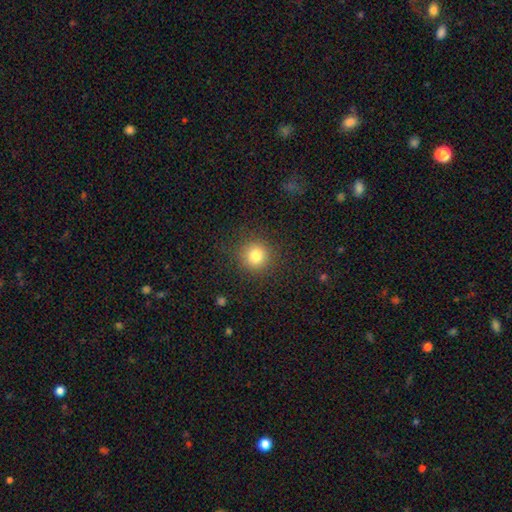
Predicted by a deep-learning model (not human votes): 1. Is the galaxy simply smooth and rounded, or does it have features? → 80% smooth, 13% star or artifact, 7% featured or disk.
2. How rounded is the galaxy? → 93% round, 6% in between, 1% cigar-shaped.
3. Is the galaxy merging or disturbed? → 89% none, 7% minor disturbance, 3% major disturbance, 1% merger.